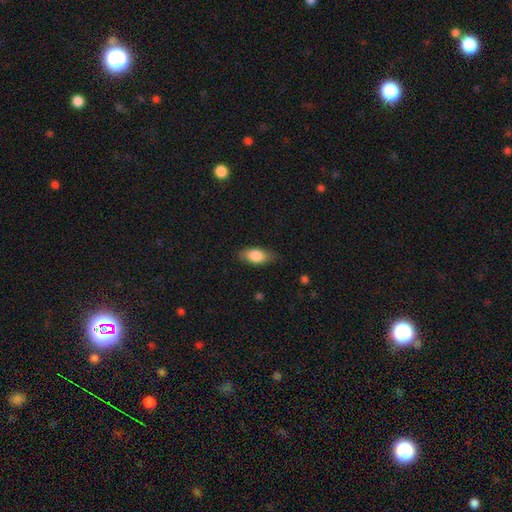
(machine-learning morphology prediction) Overall: smooth (82%). How rounded: in between (87%). Merging: none (78%).